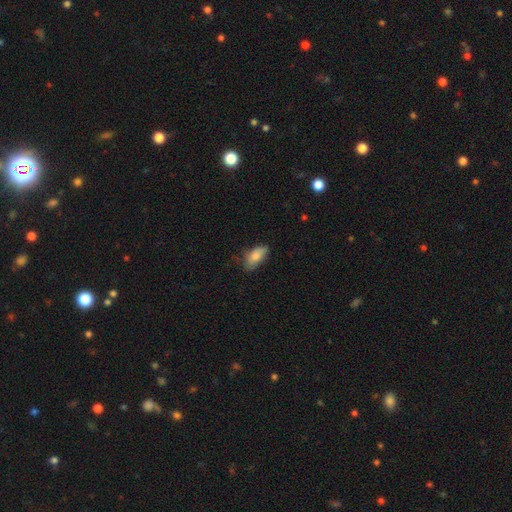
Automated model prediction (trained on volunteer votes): Overall: smooth (78%). How rounded: in between (90%). Merging: none (58%; minor disturbance 33%).